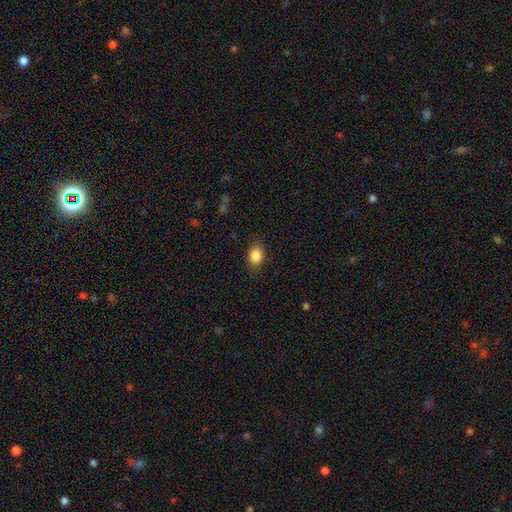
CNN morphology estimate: Smooth or featured? smooth (86%)
How rounded? in between (68%)
Merging? none (83%)